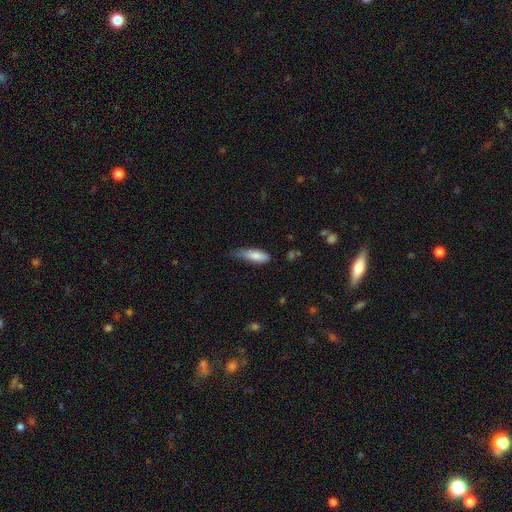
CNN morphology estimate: Smooth or featured: smooth — 81% (featured or disk — 13%)
How rounded: in between — 54% (cigar-shaped — 45%)
Merging: minor disturbance — 44% (none — 42%)